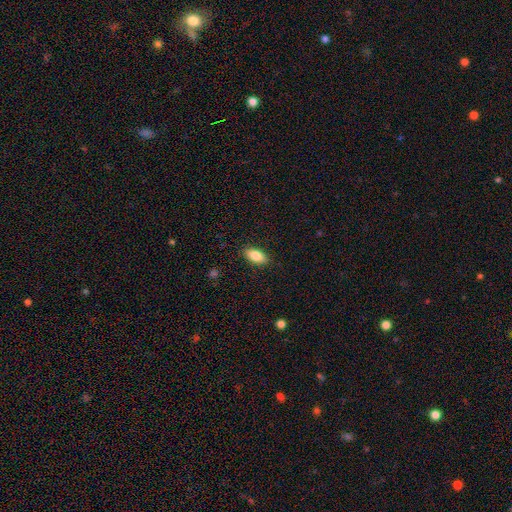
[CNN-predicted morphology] Smooth or featured? Predicted: smooth (p=0.82). How rounded? Predicted: in between (p=0.88). Merging? Predicted: none (p=0.88).